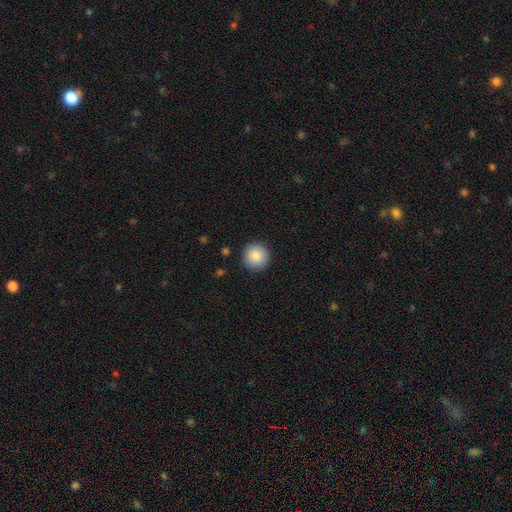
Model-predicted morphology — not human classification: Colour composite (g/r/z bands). It shows a smooth galaxy with no disk features (85%) that is round (95%). Merging: none (91%).